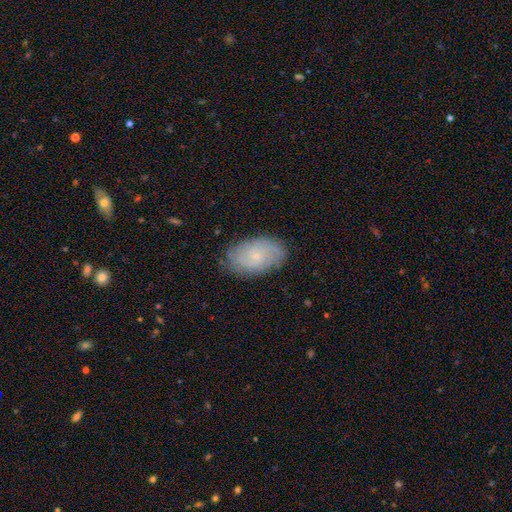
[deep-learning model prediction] Morphology: type=featured or disk (65%); edge-on=no (96%); bar=no (73%); spiral arms=yes (91%); winding=tight (61%); arm count=can't tell (42%); bulge=small (82%); merging=none (81%).